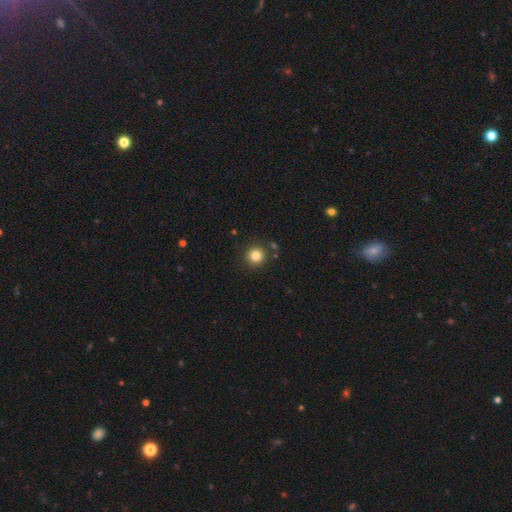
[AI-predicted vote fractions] Morphology: type=smooth (83%); roundness=round (95%); merging=none (88%).